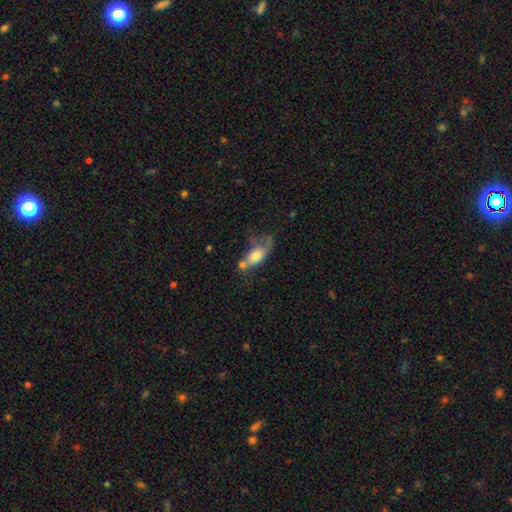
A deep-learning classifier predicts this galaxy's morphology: Smooth or featured? smooth (63%)
How rounded? in between (82%)
Merging? merger (29%)